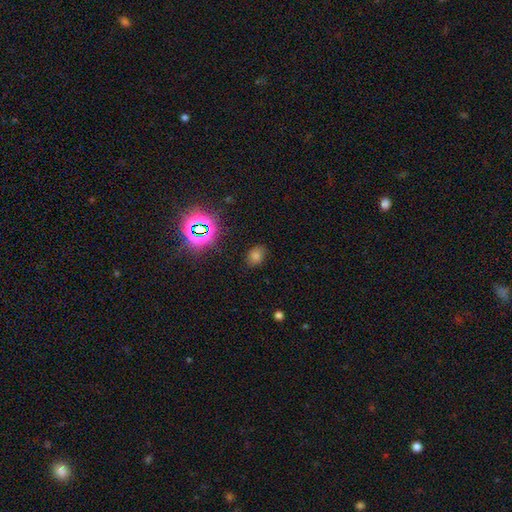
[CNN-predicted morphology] Smooth or featured: smooth — 56% (star or artifact — 35%)
How rounded: in between — 56% (round — 43%)
Merging: none — 80% (minor disturbance — 14%)